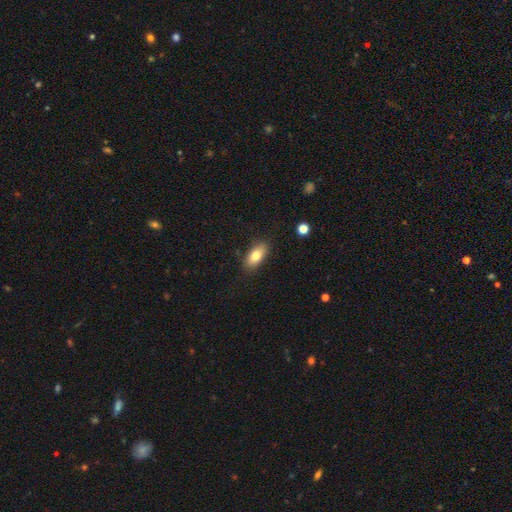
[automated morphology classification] The model was most divided on "smooth or featured": smooth: 79%, featured or disk: 14%, star or artifact: 8%. More confident: how rounded — in between (87%); merging — none (85%).